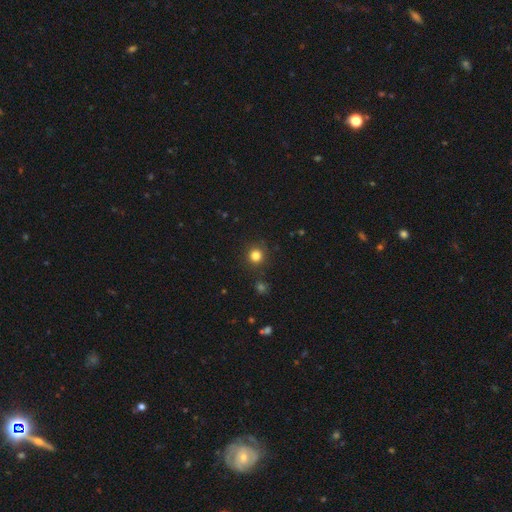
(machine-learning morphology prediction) smooth 81%, star or artifact 14%, featured or disk 5%. Down the decision tree: how rounded — round (94%); merging — none (89%).